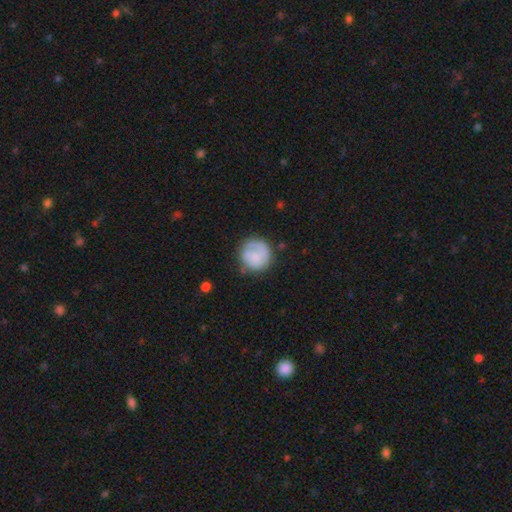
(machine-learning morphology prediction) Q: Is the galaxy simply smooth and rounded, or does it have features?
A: smooth — 61%.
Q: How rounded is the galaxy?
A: round — 91%.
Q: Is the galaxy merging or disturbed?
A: none — 68%.